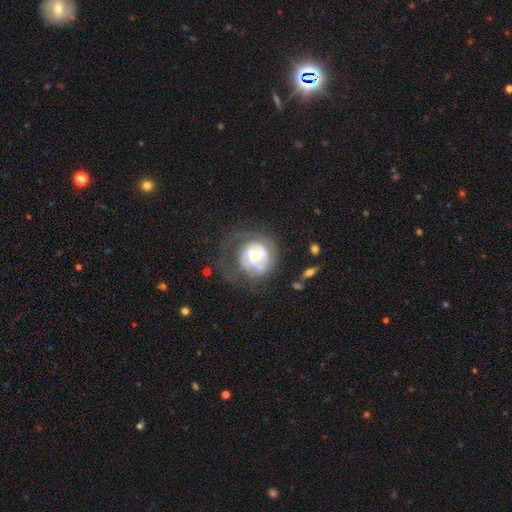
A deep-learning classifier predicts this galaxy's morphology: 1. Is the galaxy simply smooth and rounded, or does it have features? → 75% featured or disk, 18% smooth, 6% star or artifact.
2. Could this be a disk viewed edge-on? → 98% no, 2% yes.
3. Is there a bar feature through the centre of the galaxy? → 44% weak, 42% no, 14% strong.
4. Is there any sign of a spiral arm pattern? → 83% yes, 17% no.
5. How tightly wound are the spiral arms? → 57% tight, 31% medium, 13% loose.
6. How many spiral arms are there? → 37% 2, 36% can't tell, 11% 1, 10% 3, 3% 4, 3% more than 4.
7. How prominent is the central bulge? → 45% moderate, 41% small, 9% large, 4% none, 2% dominant.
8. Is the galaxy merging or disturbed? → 46% none, 29% major disturbance, 22% minor disturbance, 3% merger.